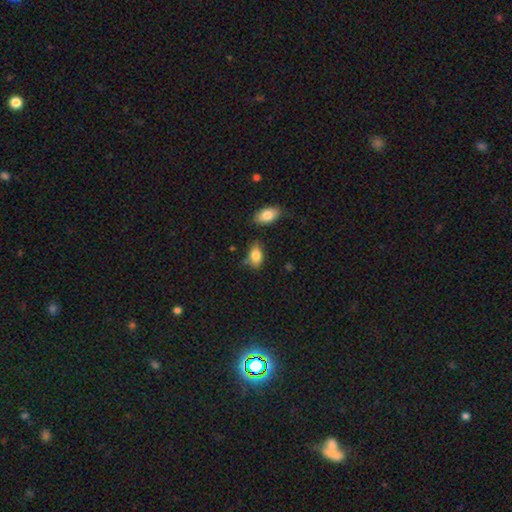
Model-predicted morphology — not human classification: Smooth or featured? smooth (82%)
How rounded? in between (89%)
Merging? none (64%)